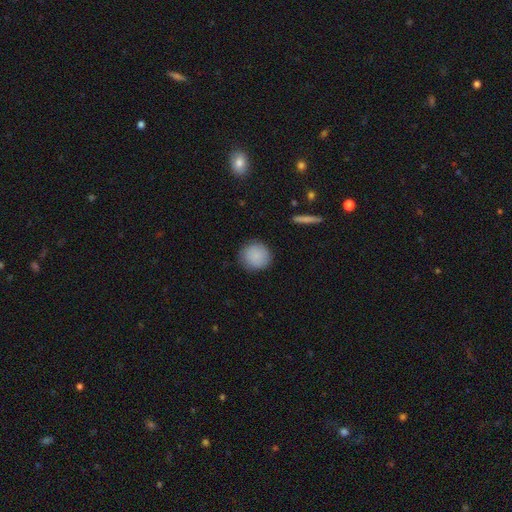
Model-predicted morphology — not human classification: smooth-or-featured: smooth: 87% | star or artifact: 7% | featured or disk: 7%
  how-rounded: round: 92% | in between: 7% | cigar-shaped: 1%
  merging: none: 86% | minor disturbance: 10% | major disturbance: 3% | merger: 1%